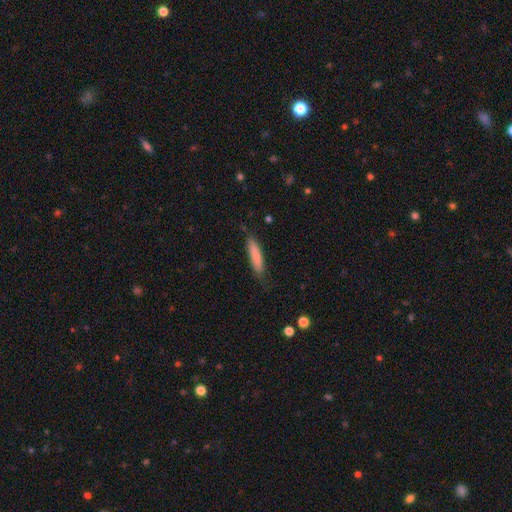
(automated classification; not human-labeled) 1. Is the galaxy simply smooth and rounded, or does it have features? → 83% smooth, 11% featured or disk, 6% star or artifact.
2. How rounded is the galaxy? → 84% cigar-shaped, 15% in between, 1% round.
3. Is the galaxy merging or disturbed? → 80% none, 16% minor disturbance, 3% major disturbance, 1% merger.